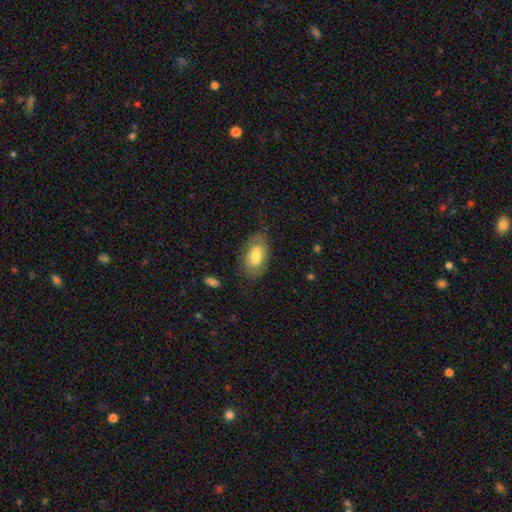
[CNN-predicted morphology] Smooth or featured? Predicted: smooth (p=0.60). How rounded? Predicted: in between (p=0.92). Merging? Predicted: none (p=0.68).